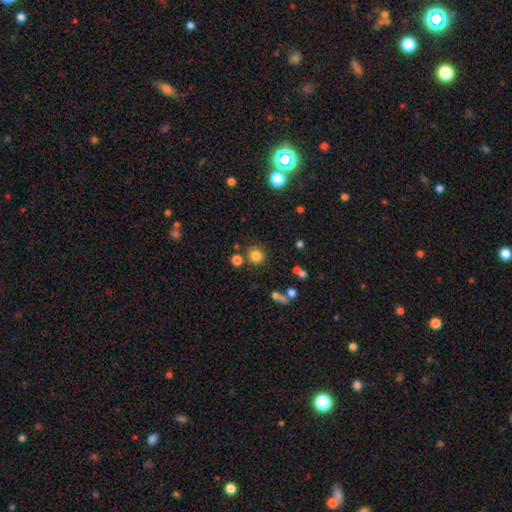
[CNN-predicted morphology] Smooth or featured? smooth (81%)
How rounded? round (91%)
Merging? none (80%)